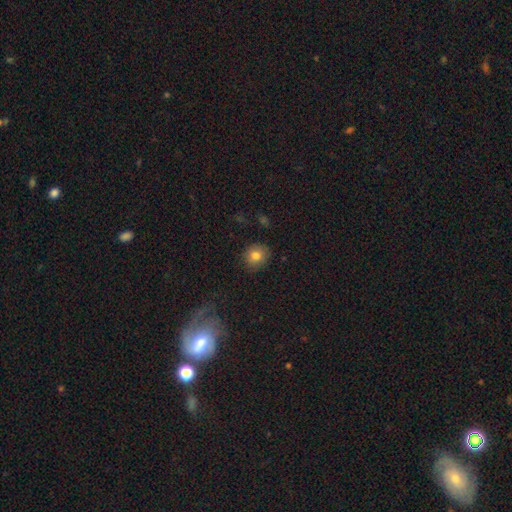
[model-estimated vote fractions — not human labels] Q: Smooth or featured?
A: smooth (81%); runner-up: star or artifact (11%)
Q: How rounded?
A: round (77%); runner-up: in between (22%)
Q: Merging?
A: none (85%); runner-up: minor disturbance (11%)